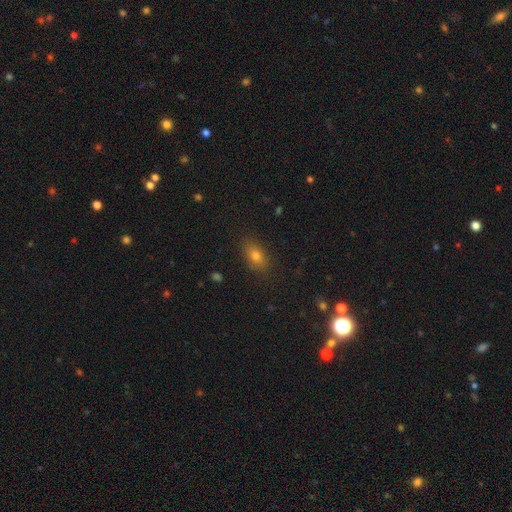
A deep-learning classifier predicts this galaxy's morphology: This appears to be a smooth galaxy with no disk features (73%) that is in between round and cigar-shaped (77%). Merging: none (85%).